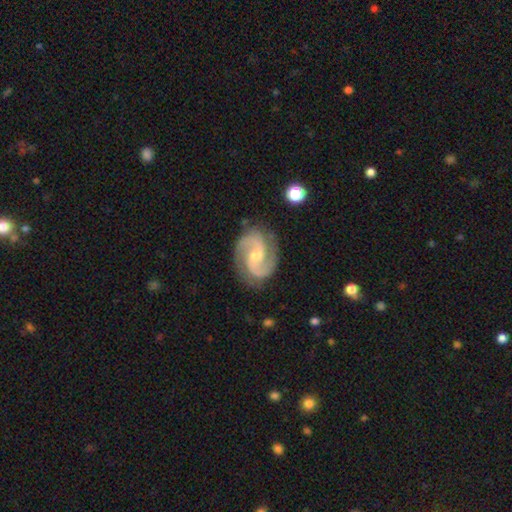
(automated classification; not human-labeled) Smooth or featured: featured or disk — 92% (star or artifact — 4%)
Edge-on disk: no — 98% (yes — 2%)
Bar: no — 47% (weak — 40%)
Spiral arms: yes — 98% (no — 2%)
Spiral winding: medium — 60% (tight — 24%)
Spiral arm count: 2 — 93% (3 — 2%)
Bulge size: small — 55% (moderate — 41%)
Merging: none — 83% (minor disturbance — 12%)